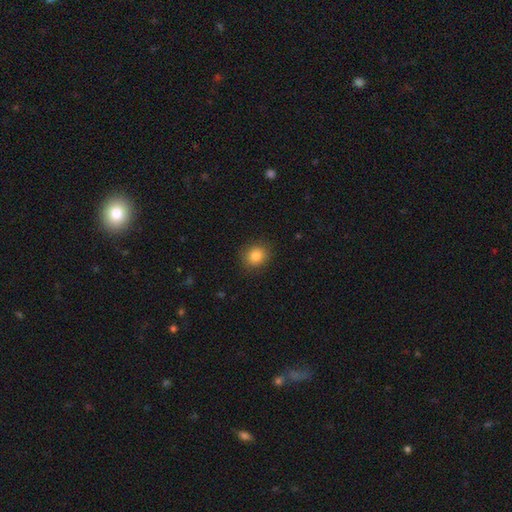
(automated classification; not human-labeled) Smooth or featured?
  - smooth: 84% *
  - star or artifact: 10%
  - featured or disk: 5%
How rounded?
  - round: 76% *
  - in between: 23%
  - cigar-shaped: 1%
Merging?
  - none: 89% *
  - minor disturbance: 8%
  - major disturbance: 2%
  - merger: 1%